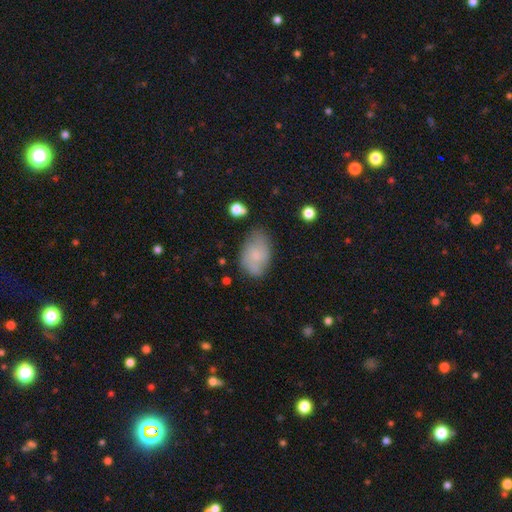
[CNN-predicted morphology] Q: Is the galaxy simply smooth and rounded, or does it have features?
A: smooth — 67%.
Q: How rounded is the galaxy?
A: in between — 90%.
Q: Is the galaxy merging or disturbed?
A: none — 66%.